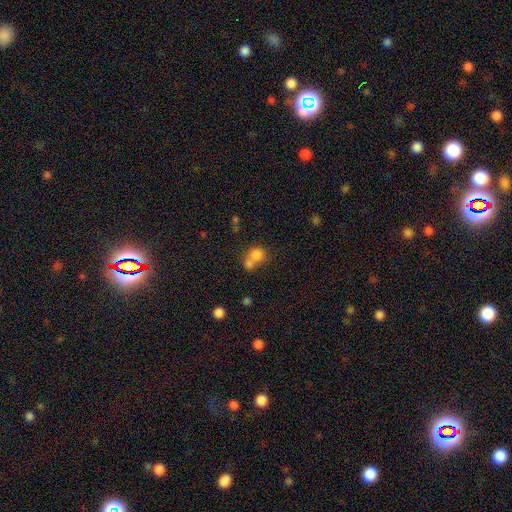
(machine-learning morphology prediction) A smooth galaxy with no disk features (77%) that is round (74%). Merging: merger (57%).